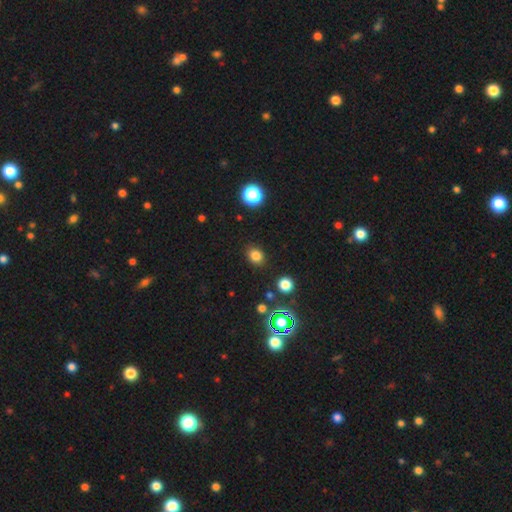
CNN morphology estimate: Smooth or featured?
  - smooth: 79% *
  - star or artifact: 16%
  - featured or disk: 5%
How rounded?
  - round: 63% *
  - in between: 36%
  - cigar-shaped: 1%
Merging?
  - none: 88% *
  - minor disturbance: 8%
  - major disturbance: 2%
  - merger: 2%